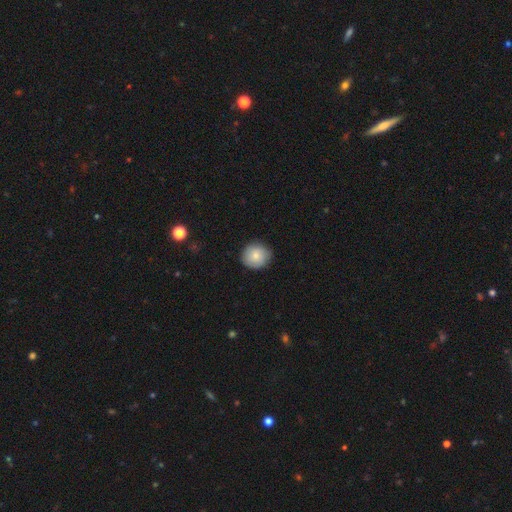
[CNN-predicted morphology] Smooth or featured? smooth (79%)
How rounded? round (88%)
Merging? none (86%)